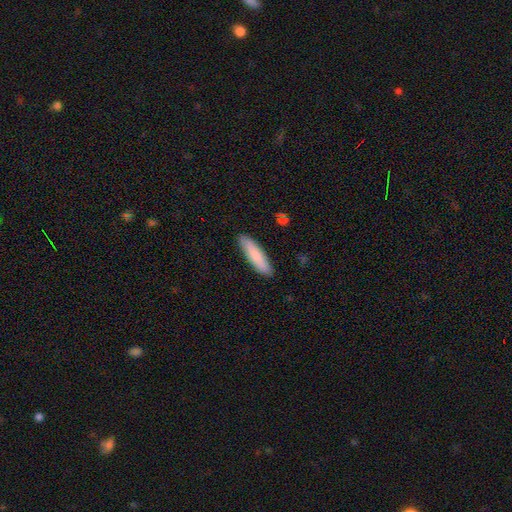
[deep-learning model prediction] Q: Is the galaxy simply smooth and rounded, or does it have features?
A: smooth — 83%.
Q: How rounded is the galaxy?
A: cigar-shaped — 75%.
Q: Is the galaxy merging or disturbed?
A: none — 89%.